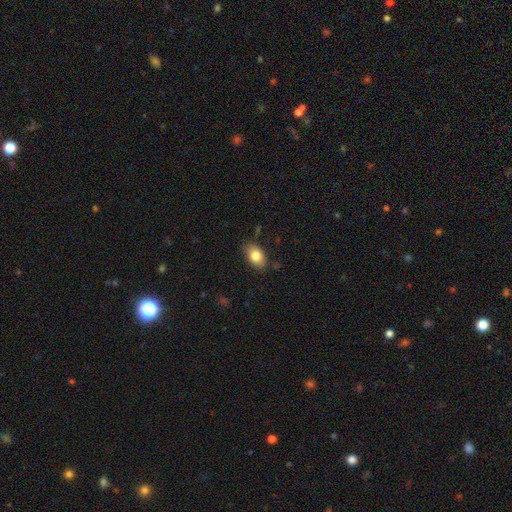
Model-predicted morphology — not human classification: A smooth galaxy with no disk features (81%) that is in between round and cigar-shaped (86%). Merging: none (81%).